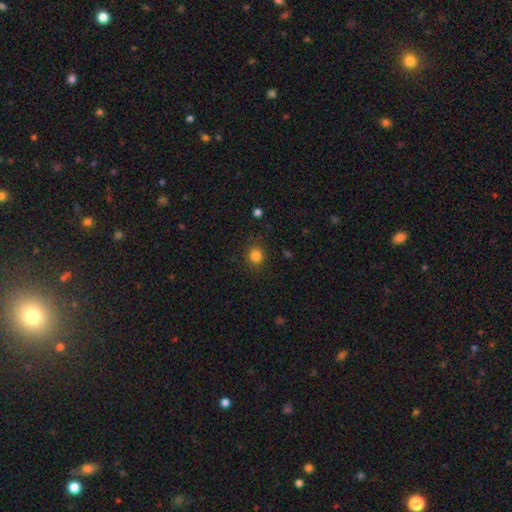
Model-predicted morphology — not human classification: Smooth or featured? smooth (83%)
How rounded? round (87%)
Merging? none (87%)